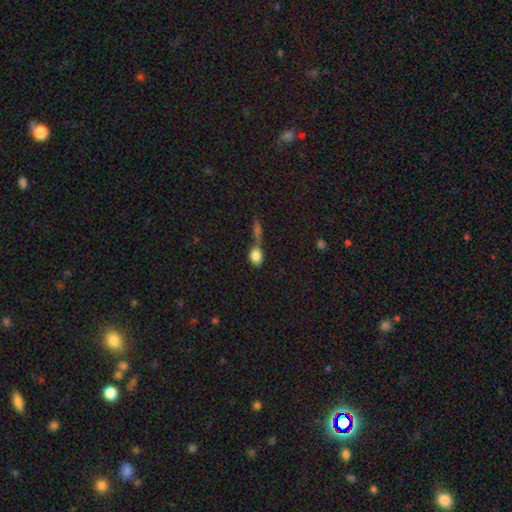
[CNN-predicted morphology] Smooth or featured? Predicted: smooth (p=0.82). How rounded? Predicted: in between (p=0.61). Merging? Predicted: merger (p=0.50).